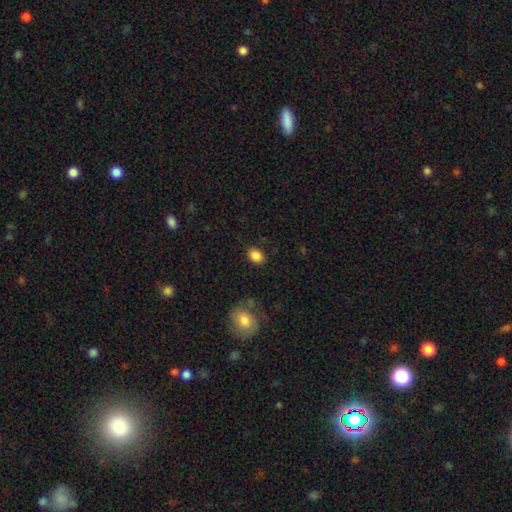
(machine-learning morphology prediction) Overall: smooth (87%). How rounded: in between (72%). Merging: none (83%).